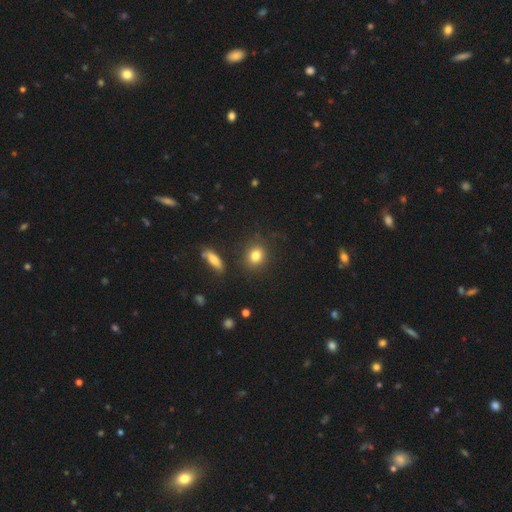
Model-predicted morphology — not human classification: Smooth or featured? smooth (83%)
How rounded? round (66%)
Merging? none (84%)